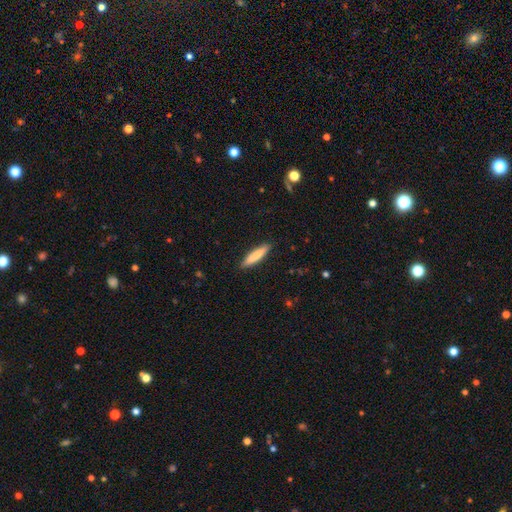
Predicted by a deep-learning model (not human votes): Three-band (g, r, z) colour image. It shows a smooth galaxy with no disk features (80%) that is cigar-shaped (85%). Merging: none (90%).